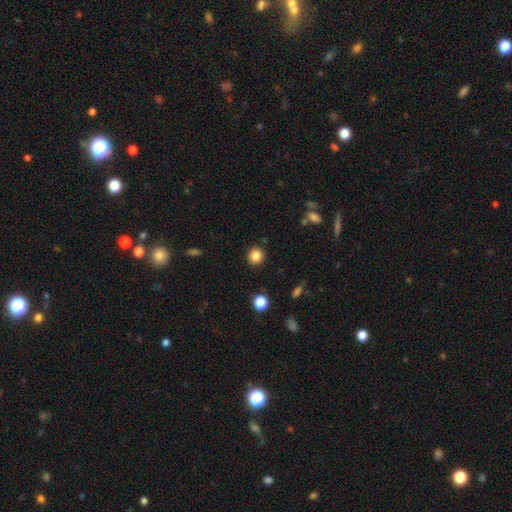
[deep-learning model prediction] smooth_or_featured: smooth (p=0.85) [alt: star or artifact p=0.11]
how_rounded: round (p=0.87) [alt: in between p=0.12]
merging: none (p=0.91) [alt: minor disturbance p=0.06]